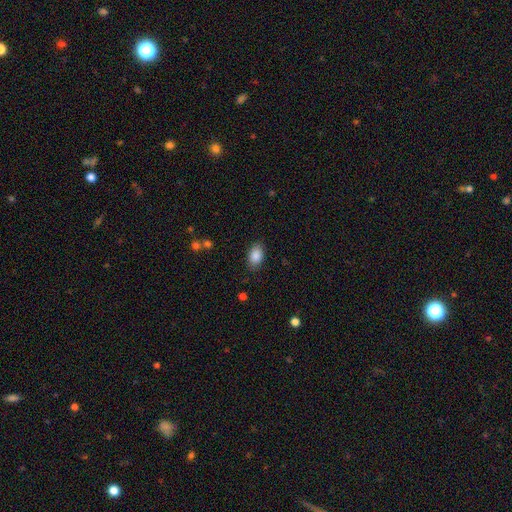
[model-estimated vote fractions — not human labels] smooth_or_featured: smooth (p=0.87) [alt: star or artifact p=0.07]
how_rounded: in between (p=0.89) [alt: round p=0.09]
merging: none (p=0.84) [alt: minor disturbance p=0.12]